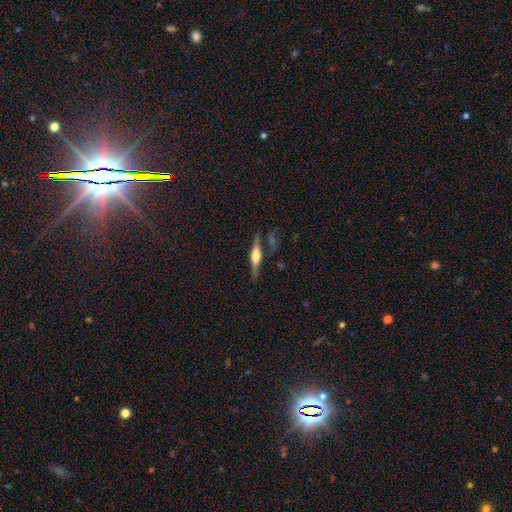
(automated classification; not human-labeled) Q: Smooth or featured?
A: featured or disk (71%); runner-up: smooth (23%)
Q: Edge-on disk?
A: yes (97%); runner-up: no (3%)
Q: Edge-on bulge?
A: rounded (82%); runner-up: boxy (14%)
Q: Merging?
A: none (80%); runner-up: minor disturbance (11%)